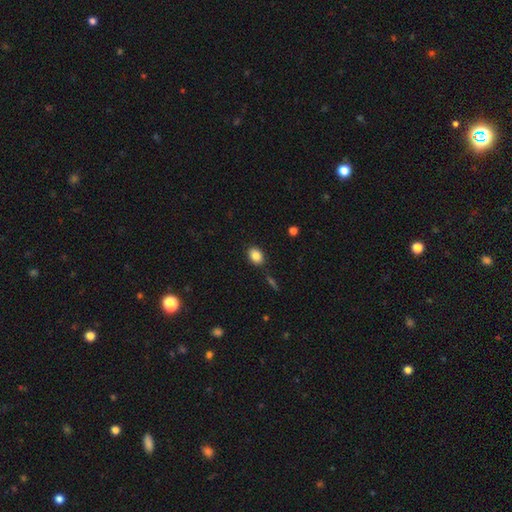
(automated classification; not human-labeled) smooth_or_featured: smooth (p=0.86) [alt: star or artifact p=0.09]
how_rounded: in between (p=0.72) [alt: round p=0.27]
merging: none (p=0.86) [alt: minor disturbance p=0.09]